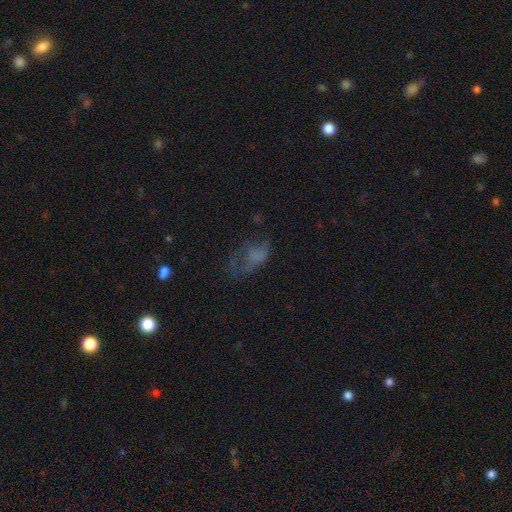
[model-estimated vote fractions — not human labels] The model was most divided on "merging": major disturbance: 44%, none: 30%, minor disturbance: 21%, merger: 4%. Remaining: smooth or featured — smooth (49%).